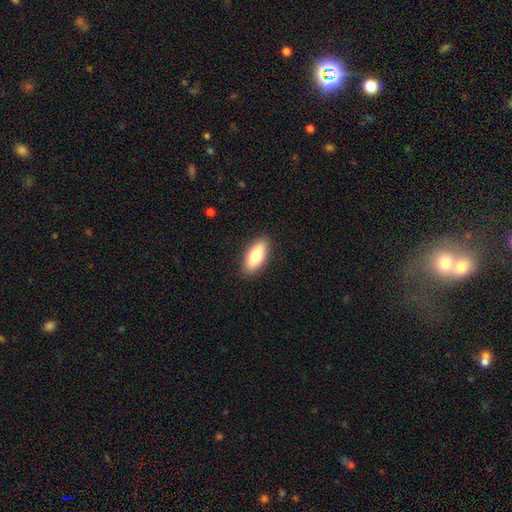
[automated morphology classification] A smooth galaxy with no disk features (74%) that is in between round and cigar-shaped (77%).

Vote fractions:
- Smooth or featured? smooth: 74% / featured or disk: 20% / star or artifact: 6%
- How rounded? in between: 77% / cigar-shaped: 20% / round: 3%
- Merging? none: 89% / minor disturbance: 8% / major disturbance: 2% / merger: 1%